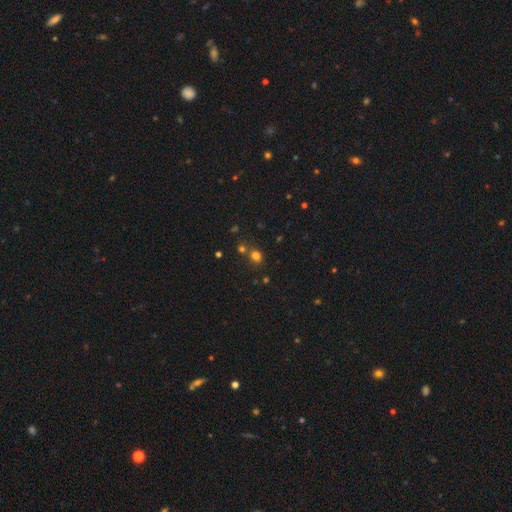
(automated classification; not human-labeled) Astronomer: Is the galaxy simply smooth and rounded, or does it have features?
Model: smooth — 70%.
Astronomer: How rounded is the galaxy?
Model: round — 73%.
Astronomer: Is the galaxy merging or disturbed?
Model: none — 68%.